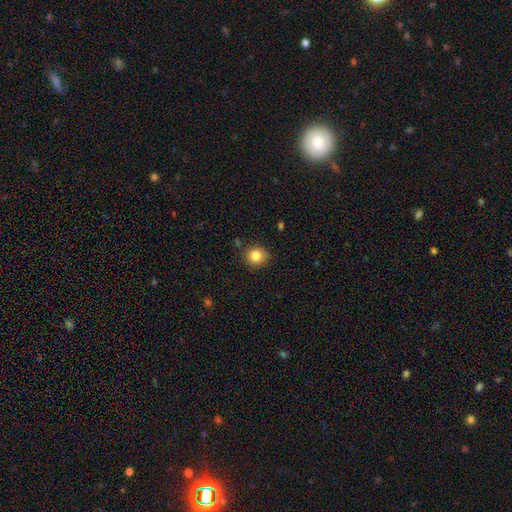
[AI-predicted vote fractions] Q: Smooth or featured?
A: smooth (83%); runner-up: star or artifact (11%)
Q: How rounded?
A: round (83%); runner-up: in between (16%)
Q: Merging?
A: none (83%); runner-up: minor disturbance (12%)